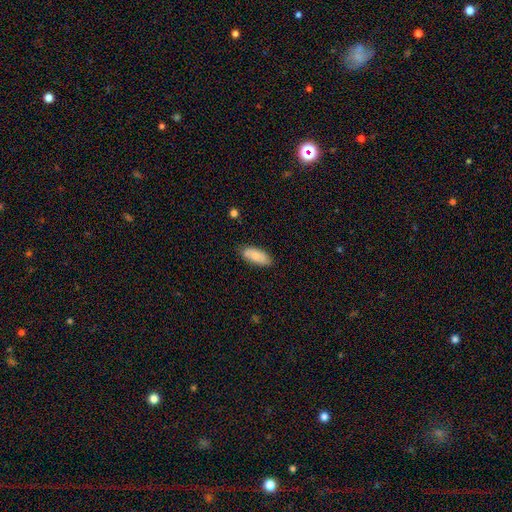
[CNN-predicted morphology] Overall: smooth (81%). How rounded: in between (83%). Merging: none (82%).